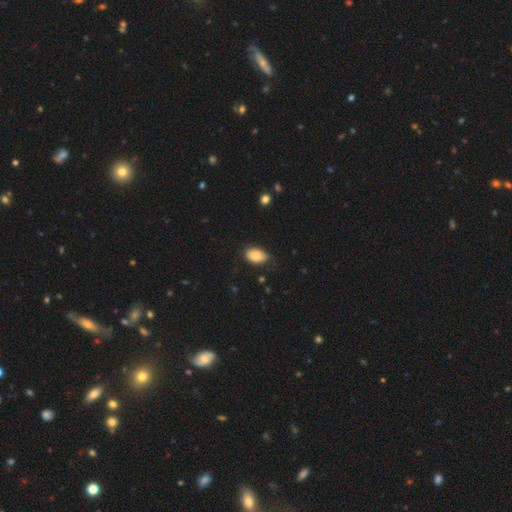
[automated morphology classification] smooth 83%, featured or disk 10%, star or artifact 7%. Down the decision tree: how rounded — in between (91%); merging — none (68%).